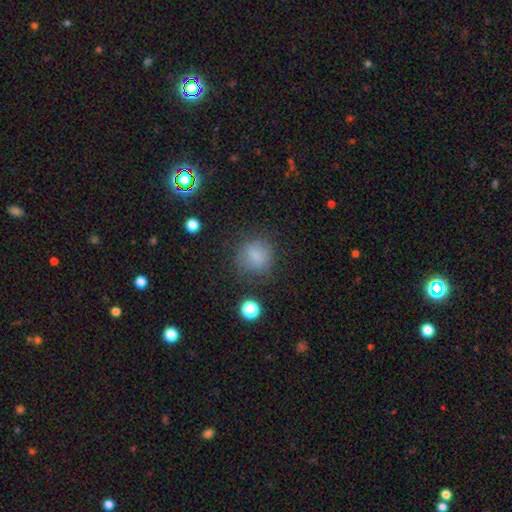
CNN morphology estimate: Smooth or featured?
  - smooth: 79% *
  - star or artifact: 13%
  - featured or disk: 8%
How rounded?
  - round: 83% *
  - in between: 16%
  - cigar-shaped: 1%
Merging?
  - none: 73% *
  - minor disturbance: 17%
  - major disturbance: 8%
  - merger: 2%